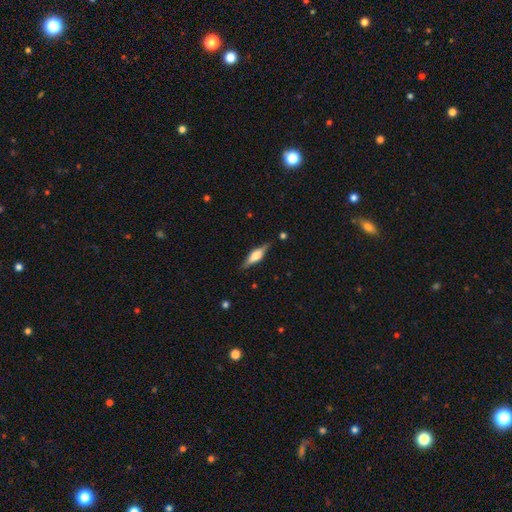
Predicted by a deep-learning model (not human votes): smooth-or-featured: featured or disk: 60% | smooth: 33% | star or artifact: 7%
  disk-edge-on: yes: 95% | no: 5%
    edge-on-bulge: rounded: 77% | boxy: 20% | none: 3%
  merging: none: 84% | minor disturbance: 12% | major disturbance: 3% | merger: 2%